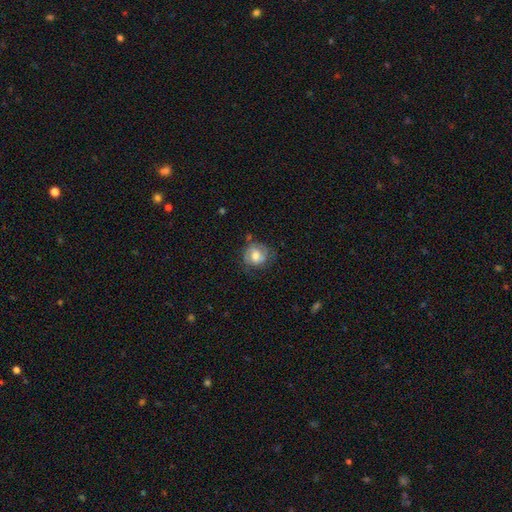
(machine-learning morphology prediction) Smooth or featured: smooth — 56% (featured or disk — 36%)
How rounded: round — 72% (in between — 27%)
Merging: none — 57% (minor disturbance — 26%)